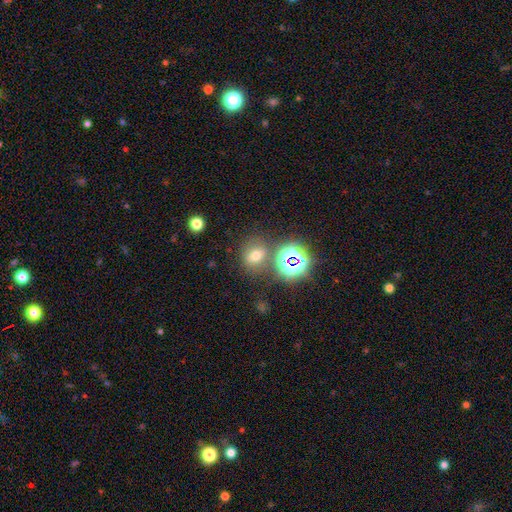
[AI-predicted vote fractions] smooth-or-featured: smooth: 60% | star or artifact: 28% | featured or disk: 12%
  how-rounded: round: 62% | in between: 37% | cigar-shaped: 1%
  merging: none: 70% | merger: 14% | minor disturbance: 11% | major disturbance: 5%